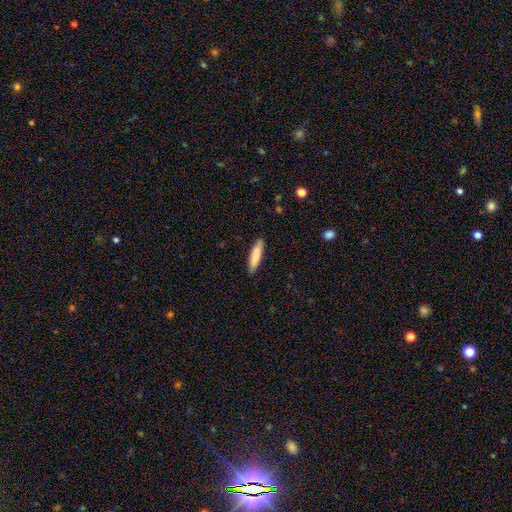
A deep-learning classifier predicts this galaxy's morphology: This is clearly a smooth galaxy (85%). How rounded: likely cigar-shaped (75%). Merging: clearly none (87%).